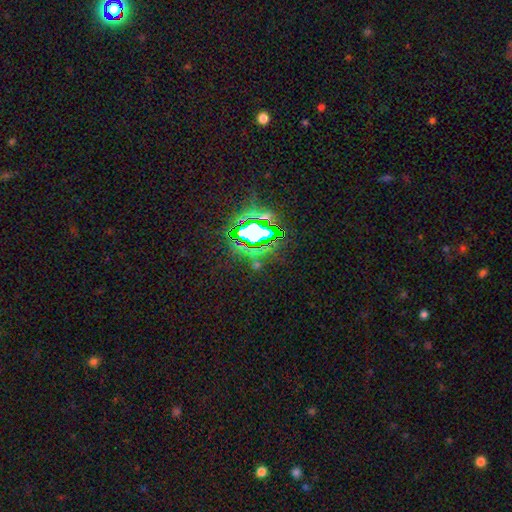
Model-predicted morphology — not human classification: Smooth or featured? Predicted: star or artifact (p=0.83).